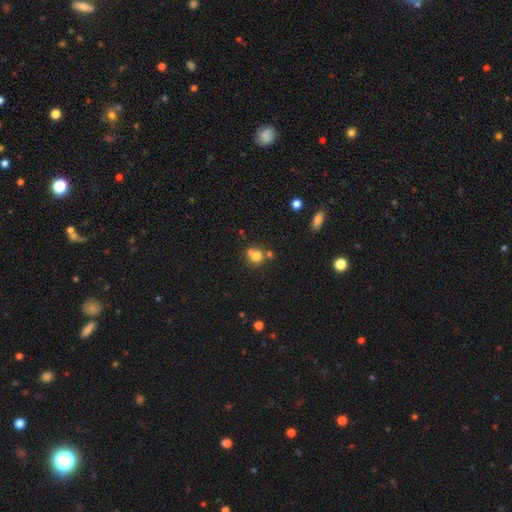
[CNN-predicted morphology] smooth-or-featured: smooth: 75% | star or artifact: 13% | featured or disk: 11%
  how-rounded: round: 84% | in between: 15% | cigar-shaped: 1%
  merging: none: 51% | merger: 35% | minor disturbance: 10% | major disturbance: 4%